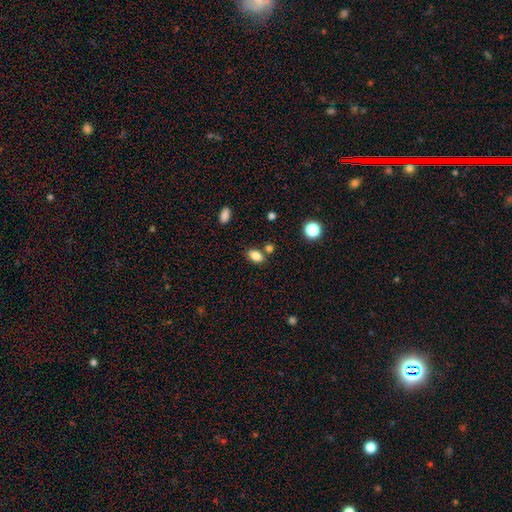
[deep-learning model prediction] Smooth or featured: smooth — 84% (star or artifact — 10%)
How rounded: in between — 84% (round — 14%)
Merging: none — 70% (merger — 14%)